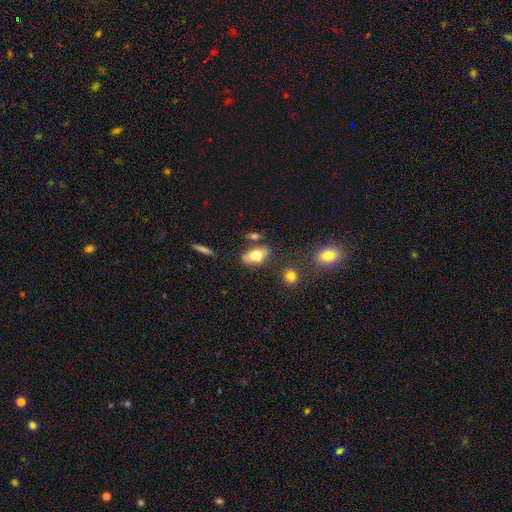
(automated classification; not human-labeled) Morphology: type=smooth (71%); roundness=in between (85%); merging=none (61%).